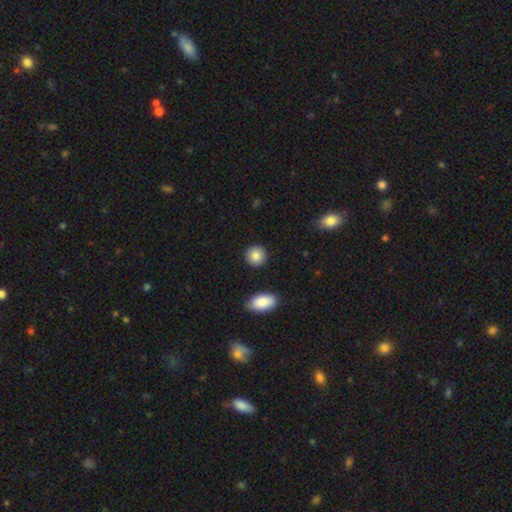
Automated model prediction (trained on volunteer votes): Smooth or featured?
  - smooth: 86% *
  - star or artifact: 8%
  - featured or disk: 7%
How rounded?
  - round: 88% *
  - in between: 11%
  - cigar-shaped: 1%
Merging?
  - none: 90% *
  - minor disturbance: 6%
  - merger: 2%
  - major disturbance: 2%